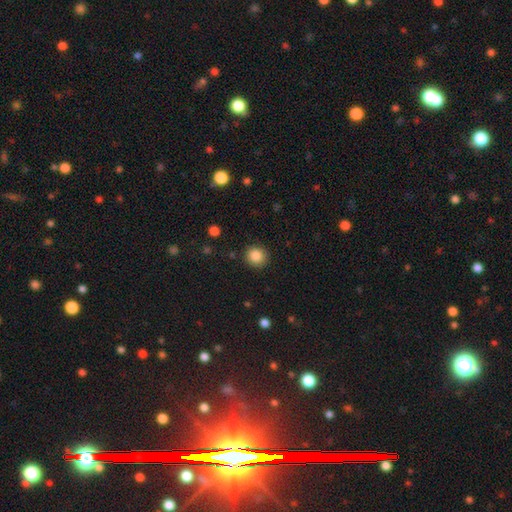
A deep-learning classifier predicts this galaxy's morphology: Smooth or featured?
  - smooth: 86% *
  - star or artifact: 10%
  - featured or disk: 4%
How rounded?
  - round: 90% *
  - in between: 9%
  - cigar-shaped: 1%
Merging?
  - none: 90% *
  - minor disturbance: 7%
  - major disturbance: 2%
  - merger: 1%